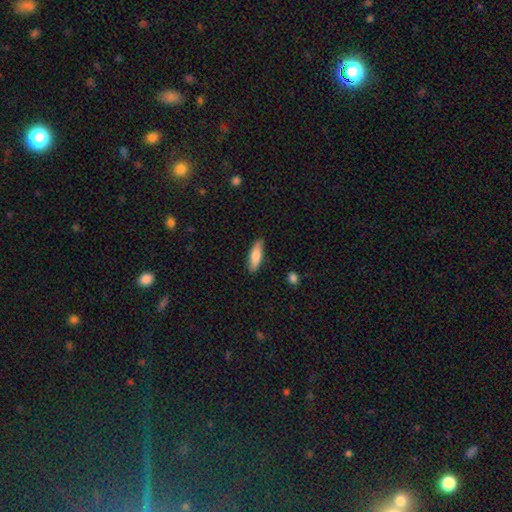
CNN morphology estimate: Smooth or featured? Predicted: smooth (p=0.78). How rounded? Predicted: cigar-shaped (p=0.53). Merging? Predicted: none (p=0.86).